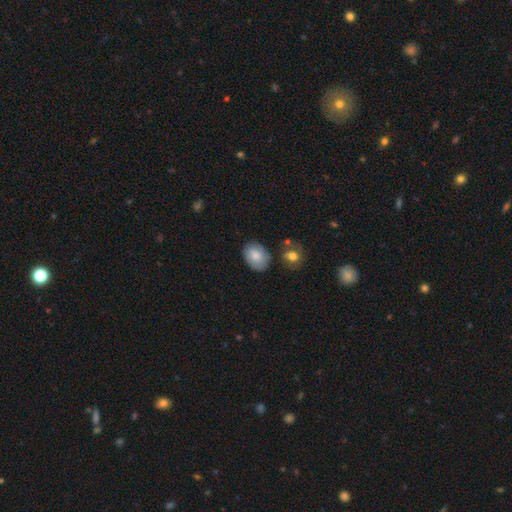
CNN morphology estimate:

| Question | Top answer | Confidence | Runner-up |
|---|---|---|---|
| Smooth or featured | smooth | 80% | featured or disk (13%) |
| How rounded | in between | 75% | round (24%) |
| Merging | none | 72% | minor disturbance (18%) |